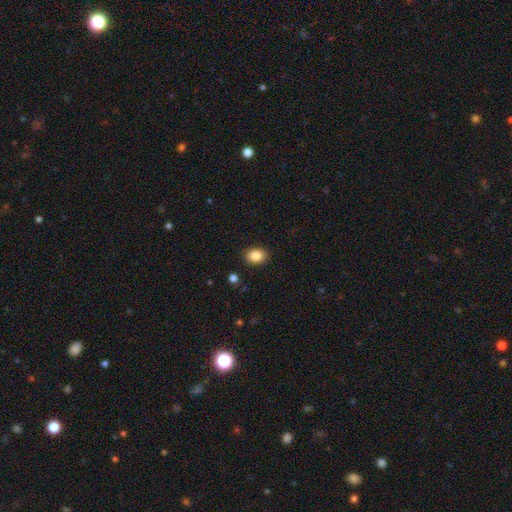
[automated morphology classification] smooth_or_featured: smooth (p=0.86) [alt: star or artifact p=0.09]
how_rounded: in between (p=0.67) [alt: round p=0.32]
merging: none (p=0.89) [alt: minor disturbance p=0.08]